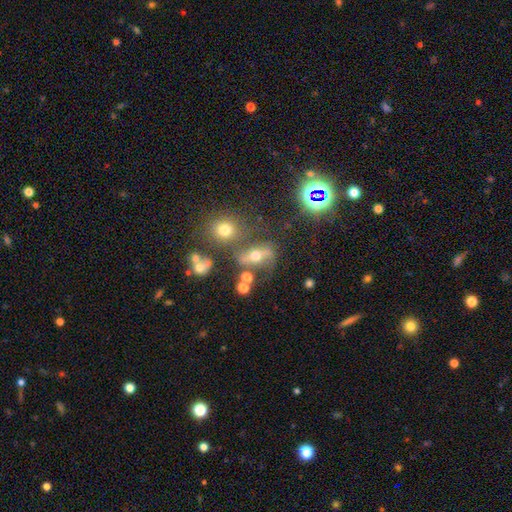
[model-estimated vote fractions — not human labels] featured or disk 45%, smooth 33%, star or artifact 22%. Down the decision tree: merging — none (54%).